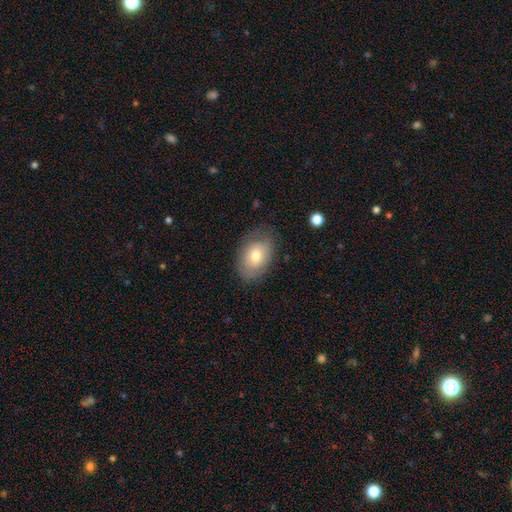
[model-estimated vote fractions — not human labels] A smooth galaxy with no disk features (70%) that is in between round and cigar-shaped (85%).

Vote fractions:
- Smooth or featured? smooth: 70% / featured or disk: 22% / star or artifact: 7%
- How rounded? in between: 85% / round: 14% / cigar-shaped: 1%
- Merging? none: 75% / minor disturbance: 18% / major disturbance: 5% / merger: 1%